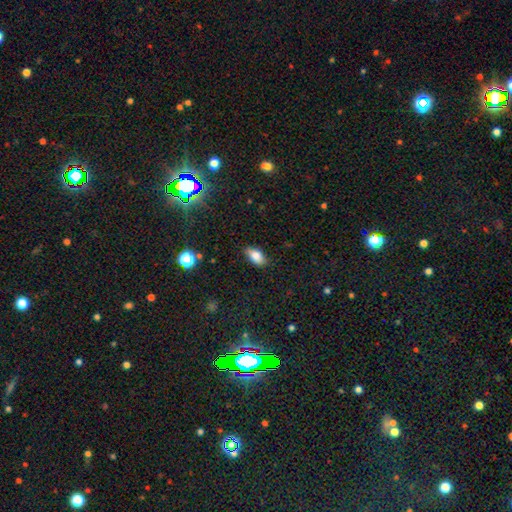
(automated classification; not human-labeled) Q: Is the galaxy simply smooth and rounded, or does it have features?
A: smooth — 81%.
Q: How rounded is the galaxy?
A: in between — 89%.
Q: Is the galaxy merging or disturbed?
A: none — 82%.